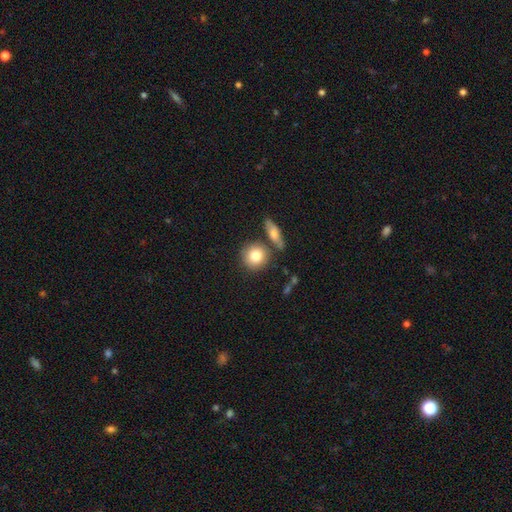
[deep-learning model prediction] This is clearly a smooth galaxy (80%). How rounded: clearly round (85%). Merging: likely none (72%).